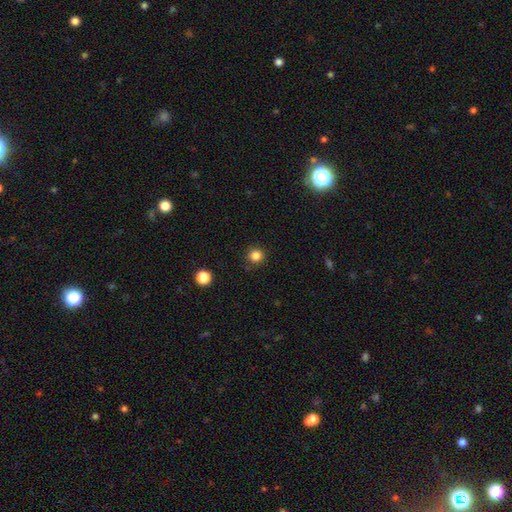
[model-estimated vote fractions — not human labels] A smooth galaxy with no disk features (84%) that is round (93%).

Vote fractions:
- Smooth or featured? smooth: 84% / star or artifact: 13% / featured or disk: 3%
- How rounded? round: 93% / in between: 6% / cigar-shaped: 1%
- Merging? none: 89% / minor disturbance: 8% / major disturbance: 2% / merger: 1%